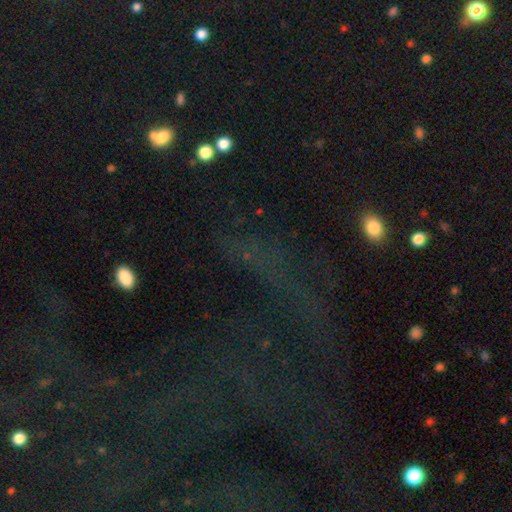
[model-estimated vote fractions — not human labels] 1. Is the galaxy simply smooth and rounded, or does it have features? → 75% star or artifact, 14% smooth, 10% featured or disk.